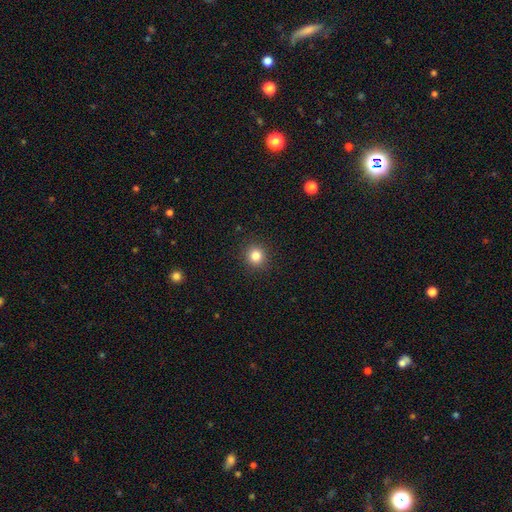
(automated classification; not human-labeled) Smooth or featured? Predicted: smooth (p=0.83). How rounded? Predicted: round (p=0.92). Merging? Predicted: none (p=0.92).